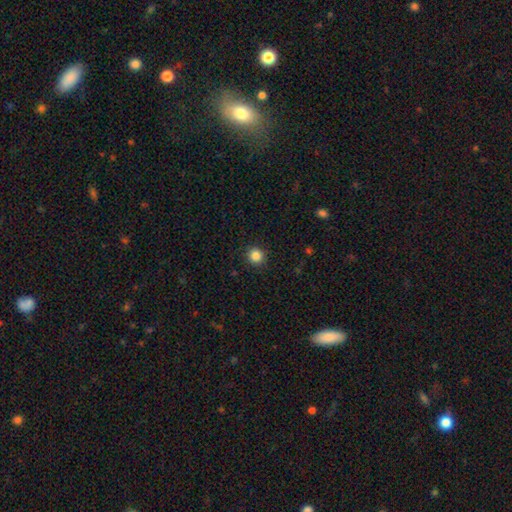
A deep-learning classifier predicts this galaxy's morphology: Smooth or featured? Predicted: smooth (p=0.85). How rounded? Predicted: round (p=0.92). Merging? Predicted: none (p=0.91).